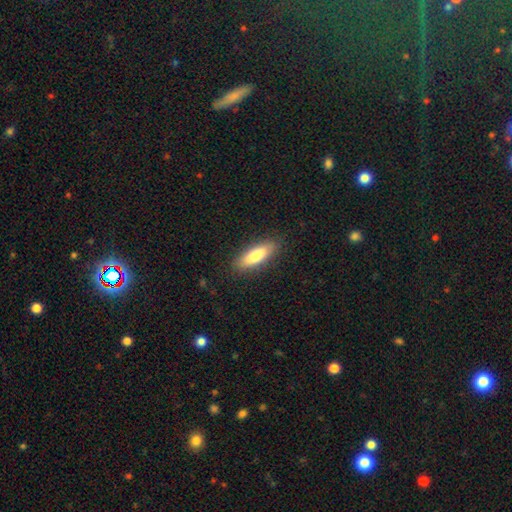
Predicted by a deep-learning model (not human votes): The model was most divided on "how rounded": in between: 52%, cigar-shaped: 47%, round: 2%. More confident: merging — none (87%); smooth or featured — smooth (80%).